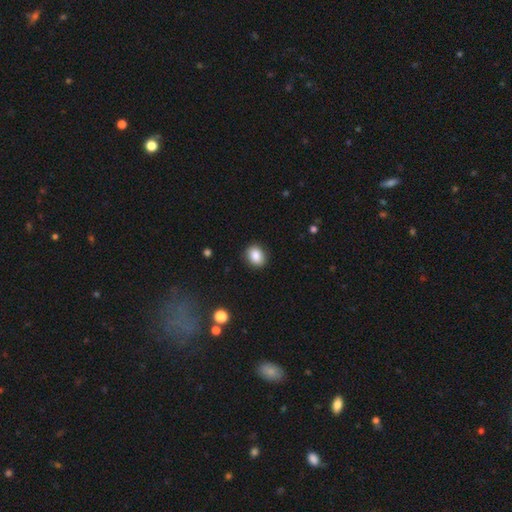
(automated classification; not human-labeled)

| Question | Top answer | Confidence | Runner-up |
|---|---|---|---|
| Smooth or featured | smooth | 86% | star or artifact (9%) |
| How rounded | in between | 53% | round (46%) |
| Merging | none | 89% | minor disturbance (8%) |